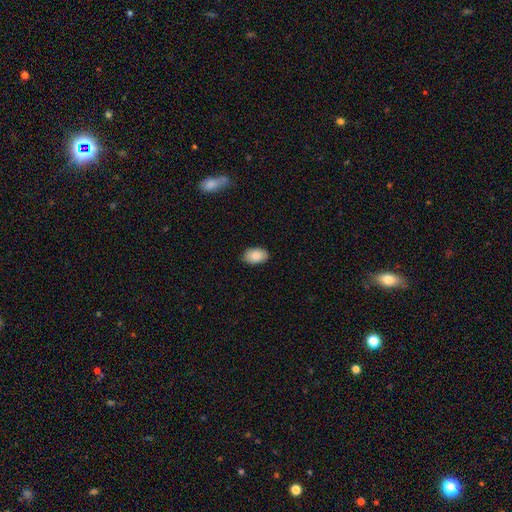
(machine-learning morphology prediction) This is clearly a smooth galaxy (88%). How rounded: clearly in between (91%). Merging: clearly none (87%).